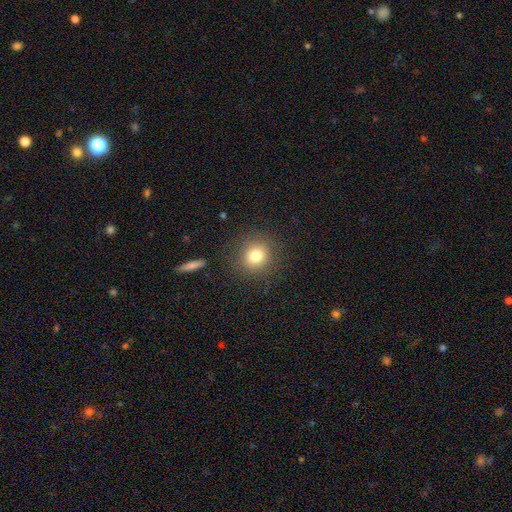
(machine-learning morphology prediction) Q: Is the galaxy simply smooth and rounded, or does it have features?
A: smooth — 79%.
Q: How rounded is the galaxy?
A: round — 87%.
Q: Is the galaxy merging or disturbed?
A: none — 87%.